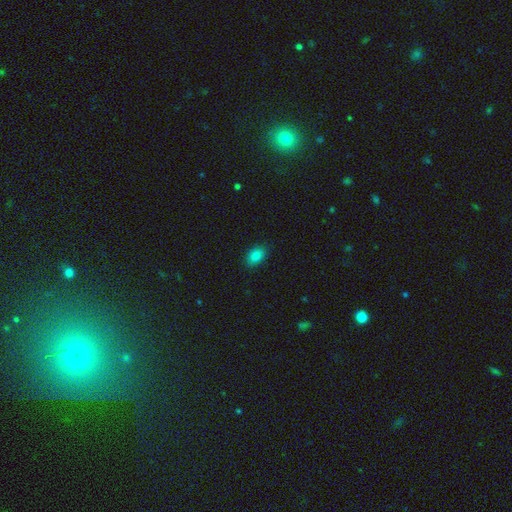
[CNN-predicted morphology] The model was most divided on "how rounded": in between: 85%, round: 14%, cigar-shaped: 1%. More confident: merging — none (87%); smooth or featured — smooth (84%).